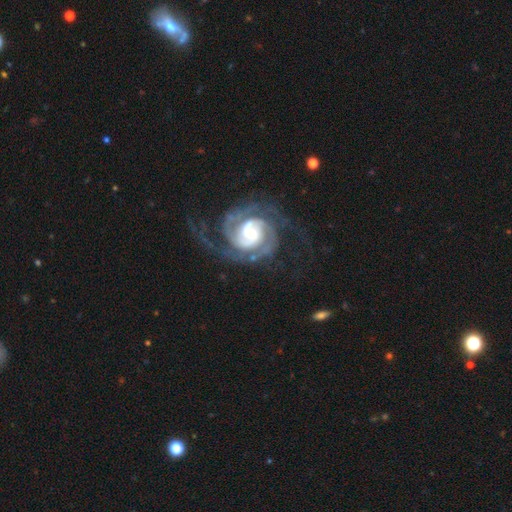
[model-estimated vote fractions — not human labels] Smooth or featured?
  - featured or disk: 85% *
  - star or artifact: 8%
  - smooth: 7%
Edge-on disk?
  - no: 98% *
  - yes: 2%
Bar?
  - no: 55% *
  - weak: 31%
  - strong: 13%
Spiral arms?
  - yes: 94% *
  - no: 6%
Spiral winding?
  - medium: 44% *
  - tight: 41%
  - loose: 14%
Spiral arm count?
  - 2: 71% *
  - can't tell: 9%
  - 3: 7%
  - 1: 5%
  - 4: 4%
  - more than 4: 4%
Bulge size?
  - moderate: 42% *
  - large: 37%
  - small: 12%
  - dominant: 6%
  - none: 3%
Merging?
  - none: 72% *
  - minor disturbance: 13%
  - major disturbance: 12%
  - merger: 3%